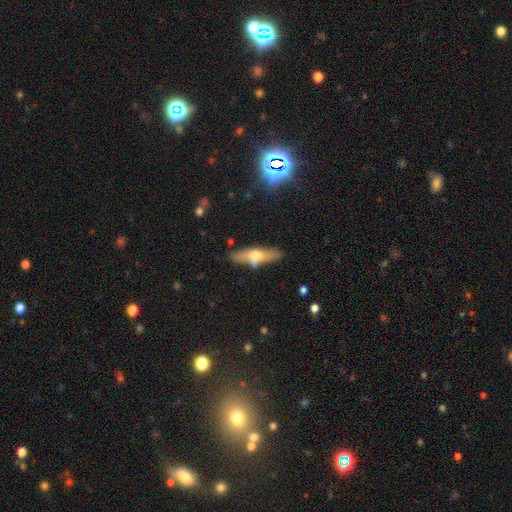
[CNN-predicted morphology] Smooth or featured? featured or disk (47%)
Merging? none (70%)